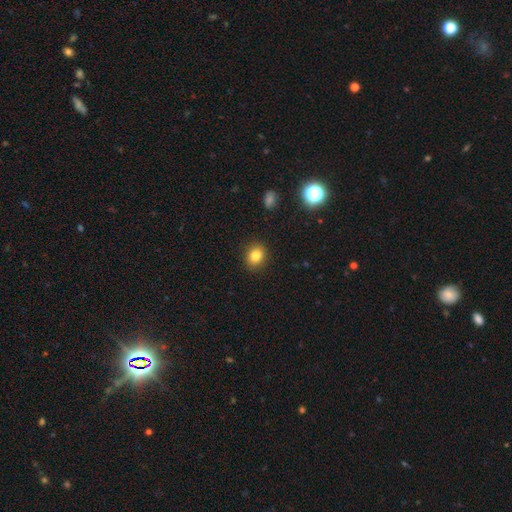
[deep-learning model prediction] smooth-or-featured: smooth: 83% | star or artifact: 11% | featured or disk: 6%
  how-rounded: round: 66% | in between: 33% | cigar-shaped: 1%
  merging: none: 90% | minor disturbance: 7% | major disturbance: 2% | merger: 1%